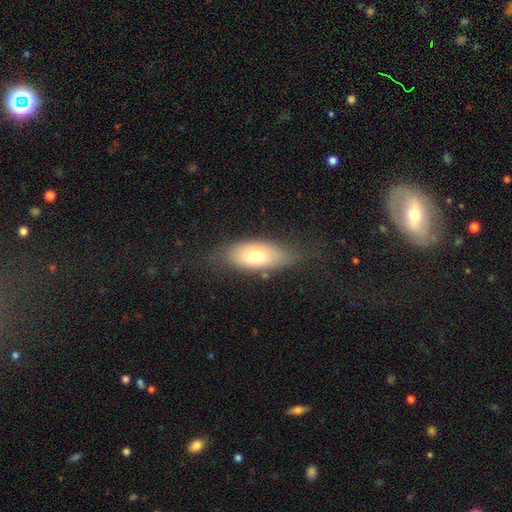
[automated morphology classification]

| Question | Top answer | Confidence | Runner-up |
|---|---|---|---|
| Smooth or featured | smooth | 68% | featured or disk (24%) |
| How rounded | in between | 84% | cigar-shaped (13%) |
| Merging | none | 68% | minor disturbance (21%) |